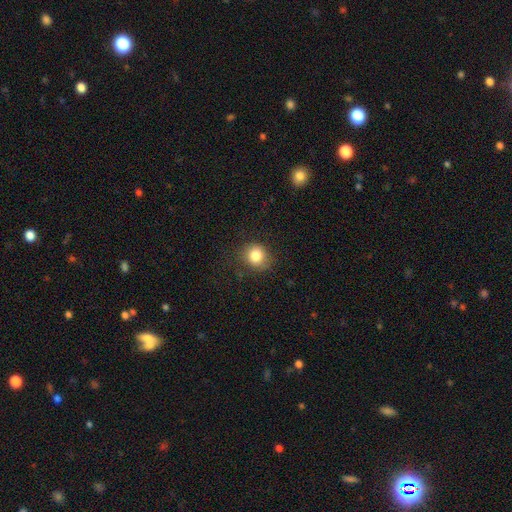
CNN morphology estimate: smooth-or-featured: smooth: 83% | star or artifact: 10% | featured or disk: 6%
  how-rounded: round: 81% | in between: 18% | cigar-shaped: 1%
  merging: none: 81% | minor disturbance: 13% | major disturbance: 4% | merger: 1%